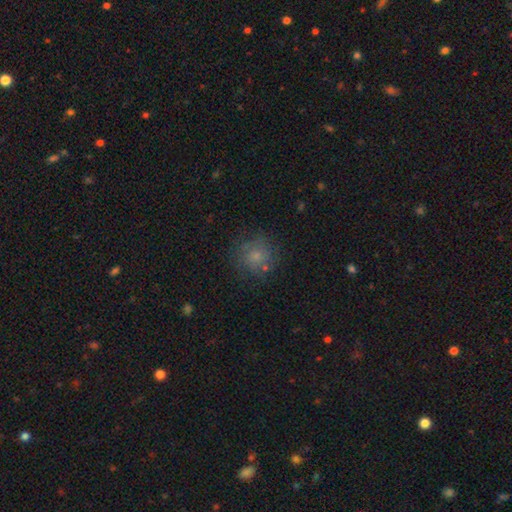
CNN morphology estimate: A smooth galaxy with no disk features (73%) that is round (89%). Merging: none (73%).